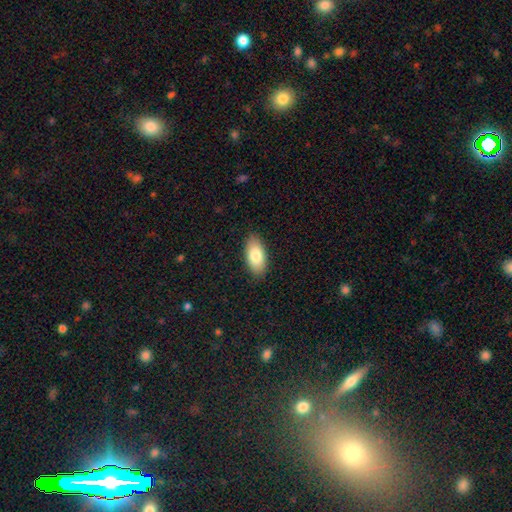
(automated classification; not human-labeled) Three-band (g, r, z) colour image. It shows a smooth galaxy with no disk features (82%) that is in between round and cigar-shaped (93%). Merging: none (88%).